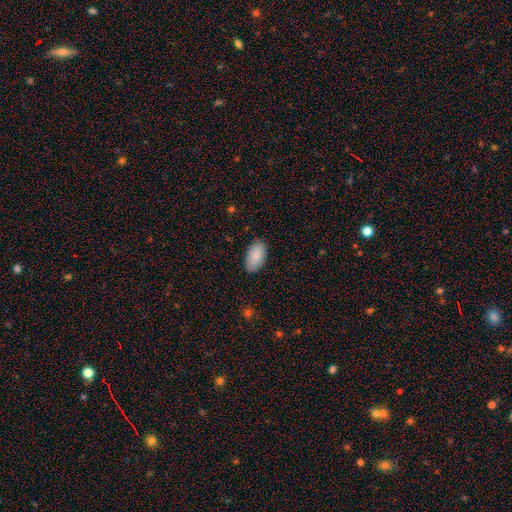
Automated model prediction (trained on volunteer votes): smooth_or_featured: smooth (p=0.88) [alt: featured or disk p=0.06]
how_rounded: in between (p=0.95) [alt: round p=0.03]
merging: none (p=0.87) [alt: minor disturbance p=0.10]